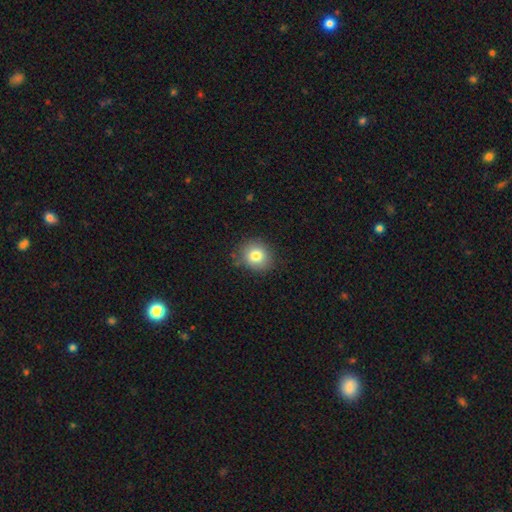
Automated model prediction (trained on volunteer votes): Morphology: type=smooth (81%); roundness=round (79%); merging=none (84%).